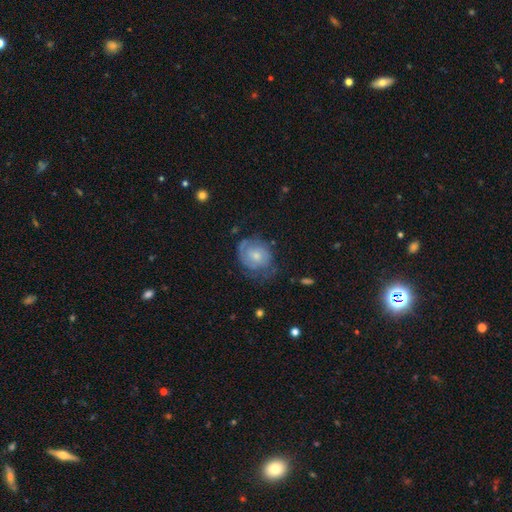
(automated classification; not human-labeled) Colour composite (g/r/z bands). It shows a featured or disk galaxy (62%) with no bar (74%), 2 (36%) tight (56%) spiral arms (84%) and a small central bulge (55%). Merging: none (56%).